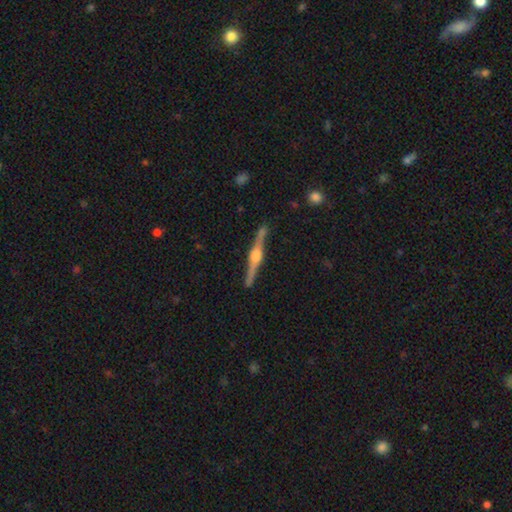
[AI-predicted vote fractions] featured or disk 87%, smooth 8%, star or artifact 5%. Down the decision tree: edge-on disk — yes (98%); edge-on bulge — rounded (90%); merging — none (89%).